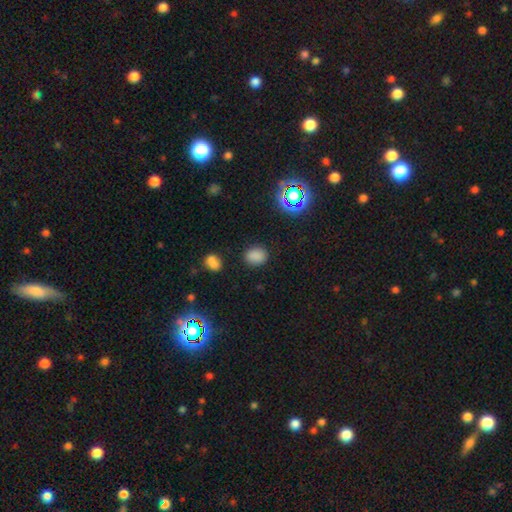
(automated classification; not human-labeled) The model was most divided on "how rounded": in between: 50%, round: 49%, cigar-shaped: 1%. More confident: merging — none (86%); smooth or featured — smooth (80%).